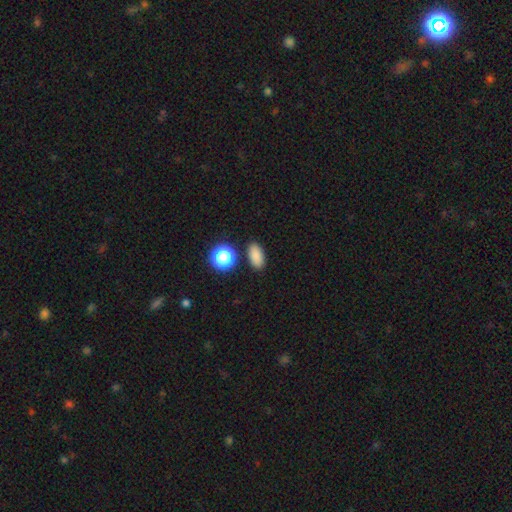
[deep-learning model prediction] This is clearly a smooth galaxy (83%). How rounded: clearly in between (86%). Merging: clearly none (86%).